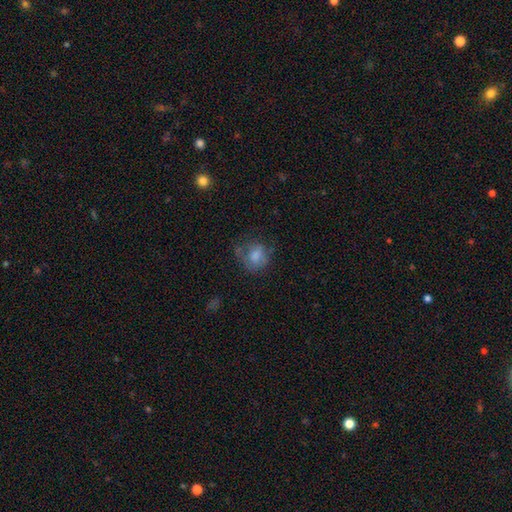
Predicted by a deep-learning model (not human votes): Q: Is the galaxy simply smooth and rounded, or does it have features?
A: smooth — 67%.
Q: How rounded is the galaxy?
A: round — 64%.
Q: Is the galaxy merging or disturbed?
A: none — 44%.